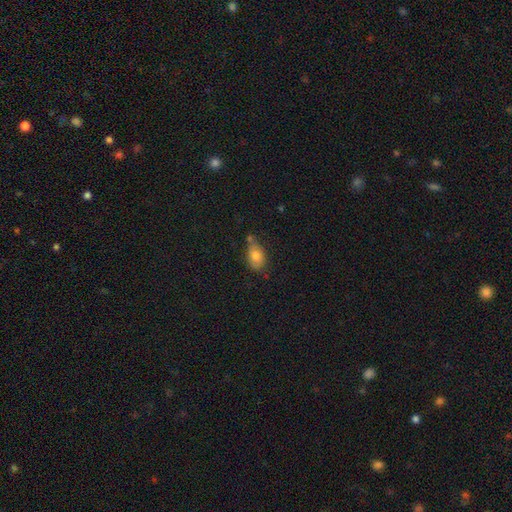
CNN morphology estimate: Smooth or featured: smooth — 78% (featured or disk — 13%)
How rounded: in between — 82% (round — 15%)
Merging: none — 49% (minor disturbance — 28%)